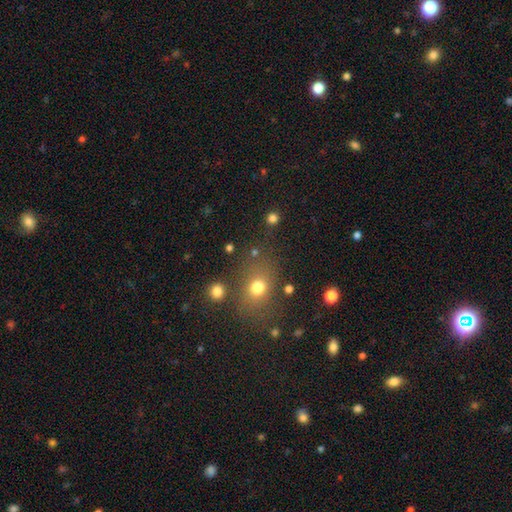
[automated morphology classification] smooth-or-featured: smooth: 64% | star or artifact: 25% | featured or disk: 11%
  how-rounded: round: 56% | in between: 42% | cigar-shaped: 2%
  merging: none: 76% | minor disturbance: 11% | merger: 7% | major disturbance: 5%